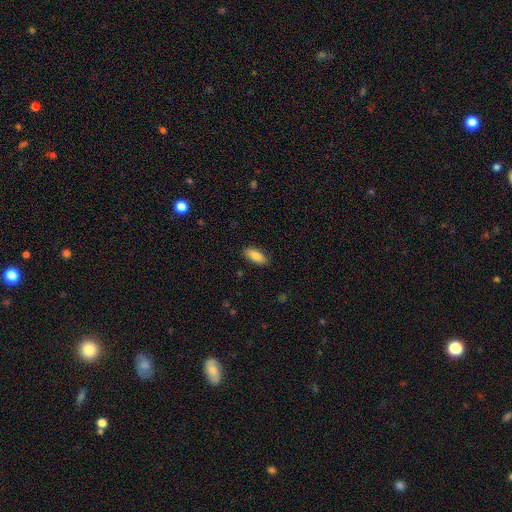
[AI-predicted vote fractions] smooth-or-featured: smooth: 85% | featured or disk: 9% | star or artifact: 7%
  how-rounded: in between: 84% | cigar-shaped: 14% | round: 2%
  merging: none: 87% | minor disturbance: 10% | major disturbance: 2% | merger: 1%